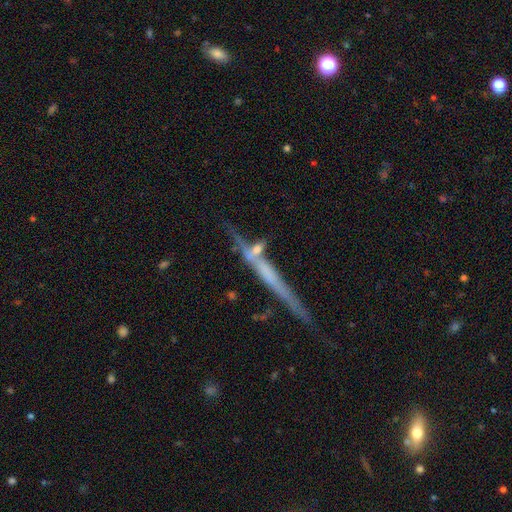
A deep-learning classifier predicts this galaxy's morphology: This is likely a featured or disk galaxy (64%). It is clearly viewed edge-on (91%). Edge-on bulge: possibly none (57%). Merging: possibly none (55%).